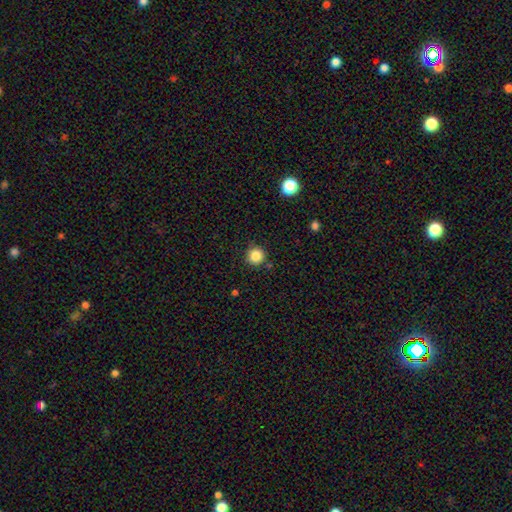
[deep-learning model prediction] The model was most divided on "smooth or featured": smooth: 85%, star or artifact: 11%, featured or disk: 4%. More confident: how rounded — round (95%); merging — none (88%).